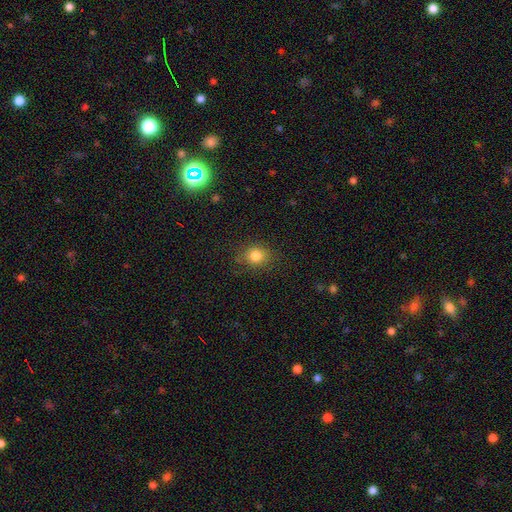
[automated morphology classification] A smooth galaxy with no disk features (82%) that is round (73%). Merging: none (83%).